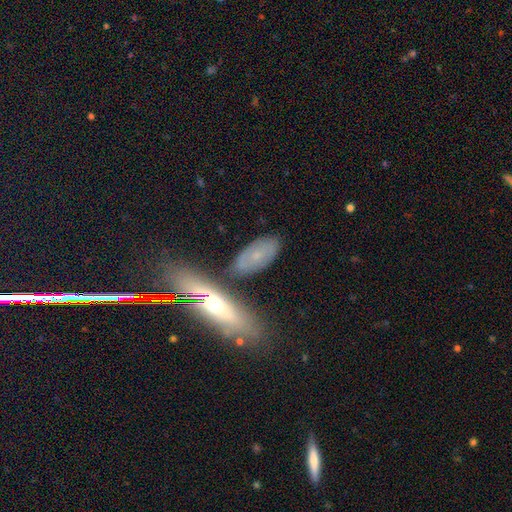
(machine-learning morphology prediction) smooth 56%, featured or disk 34%, star or artifact 10%. Down the decision tree: how rounded — in between (84%); merging — none (73%).